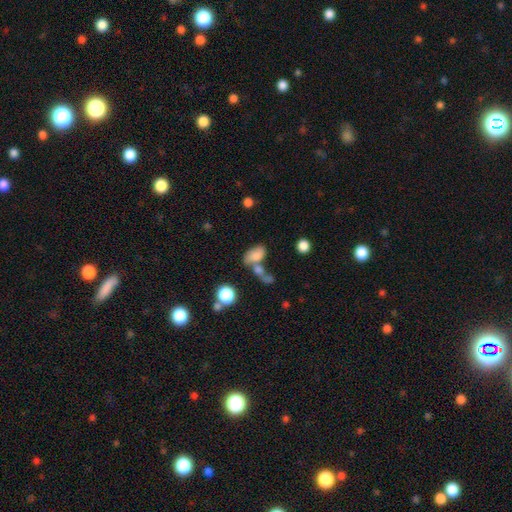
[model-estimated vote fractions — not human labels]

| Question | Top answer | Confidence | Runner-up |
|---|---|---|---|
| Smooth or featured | smooth | 73% | featured or disk (16%) |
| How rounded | in between | 86% | round (11%) |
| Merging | merger | 45% | none (30%) |